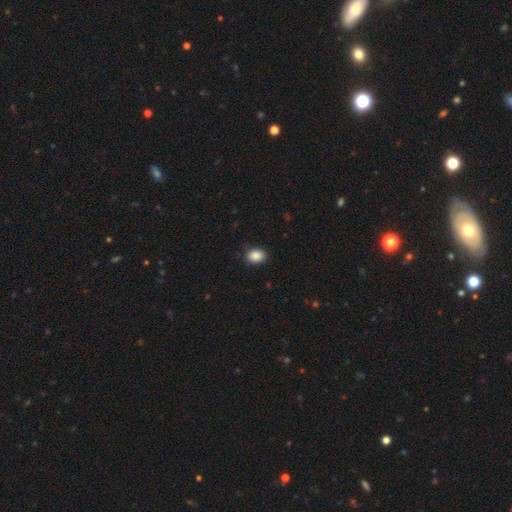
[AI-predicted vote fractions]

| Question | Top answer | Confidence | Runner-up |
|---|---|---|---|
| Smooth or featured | smooth | 88% | star or artifact (9%) |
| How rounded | in between | 62% | round (37%) |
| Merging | none | 87% | minor disturbance (10%) |